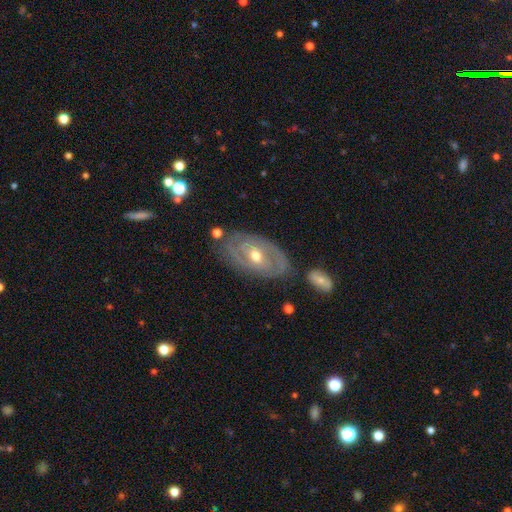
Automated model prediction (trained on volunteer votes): Q: Smooth or featured?
A: featured or disk (74%); runner-up: smooth (18%)
Q: Edge-on disk?
A: no (92%); runner-up: yes (8%)
Q: Bar?
A: no (57%); runner-up: weak (31%)
Q: Spiral arms?
A: yes (69%); runner-up: no (31%)
Q: Bulge size?
A: moderate (59%); runner-up: small (37%)
Q: Merging?
A: none (71%); runner-up: minor disturbance (17%)